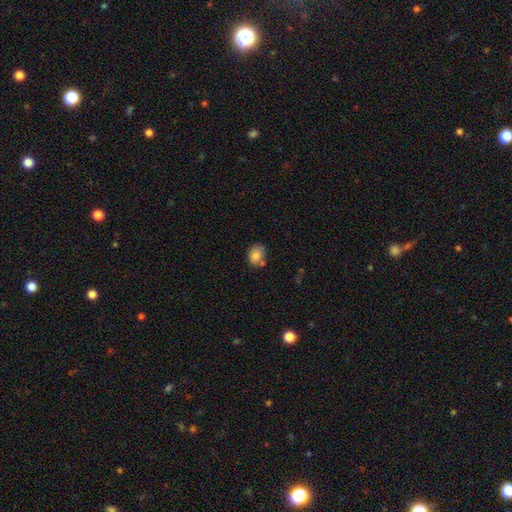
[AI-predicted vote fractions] This appears to be a smooth galaxy with no disk features (82%) that is in between round and cigar-shaped (56%). Merging: none (62%).